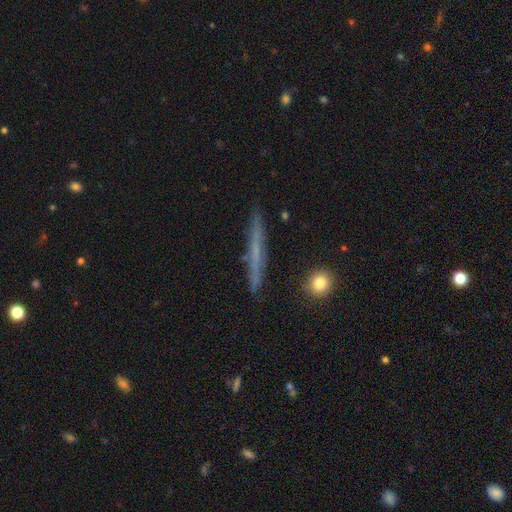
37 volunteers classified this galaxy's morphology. This is possibly a featured or disk galaxy (51%). It is clearly viewed edge-on (100%). Edge-on bulge: clearly none (100%). Merging: clearly none (81%).